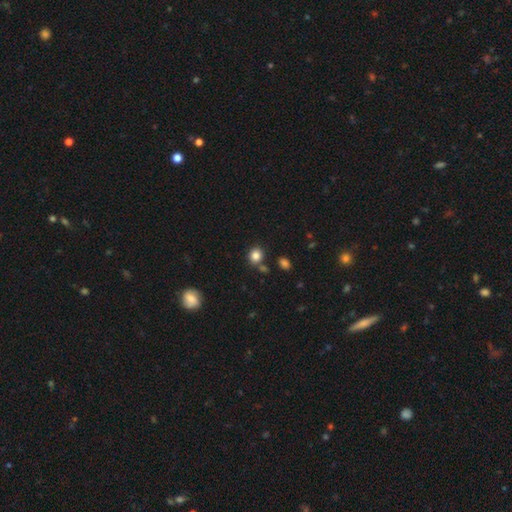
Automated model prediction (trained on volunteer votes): smooth-or-featured: smooth: 83% | star or artifact: 11% | featured or disk: 6%
  how-rounded: round: 77% | in between: 22% | cigar-shaped: 1%
  merging: none: 76% | merger: 11% | minor disturbance: 10% | major disturbance: 3%